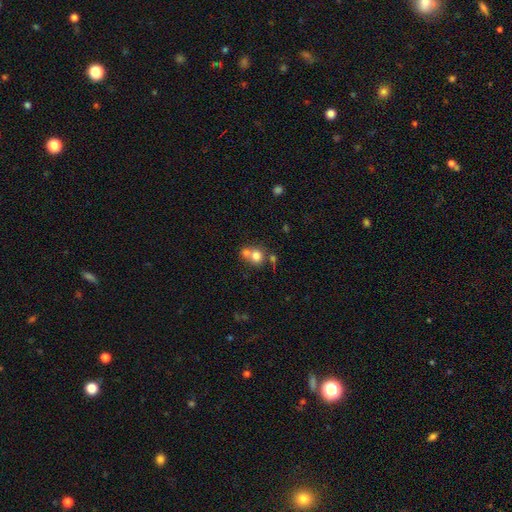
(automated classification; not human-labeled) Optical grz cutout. It shows a smooth galaxy with no disk features (75%) that is round (83%). Merging: merger (50%).